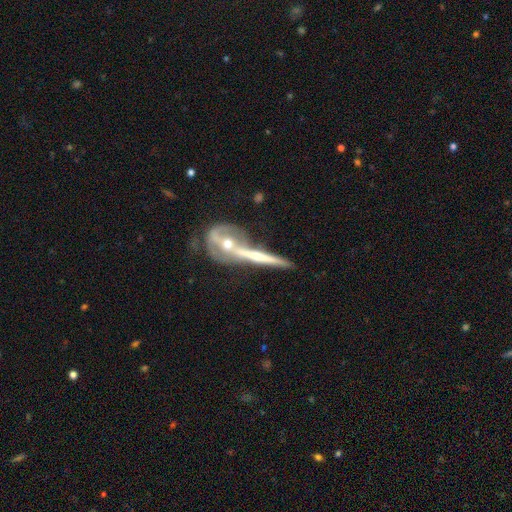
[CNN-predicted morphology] smooth-or-featured: featured or disk: 71% | smooth: 20% | star or artifact: 9%
  disk-edge-on: yes: 62% | no: 38%
  merging: merger: 52% | none: 29% | minor disturbance: 11% | major disturbance: 8%